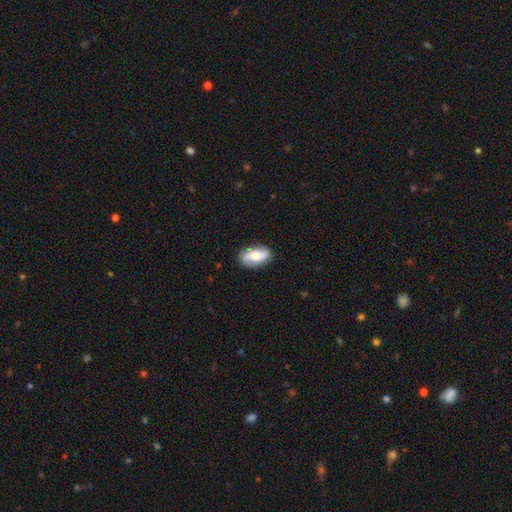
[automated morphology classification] Smooth or featured?
  - smooth: 50% *
  - featured or disk: 42%
  - star or artifact: 8%
How rounded?
  - in between: 90% *
  - round: 5%
  - cigar-shaped: 4%
Merging?
  - none: 84% *
  - minor disturbance: 12%
  - major disturbance: 3%
  - merger: 1%